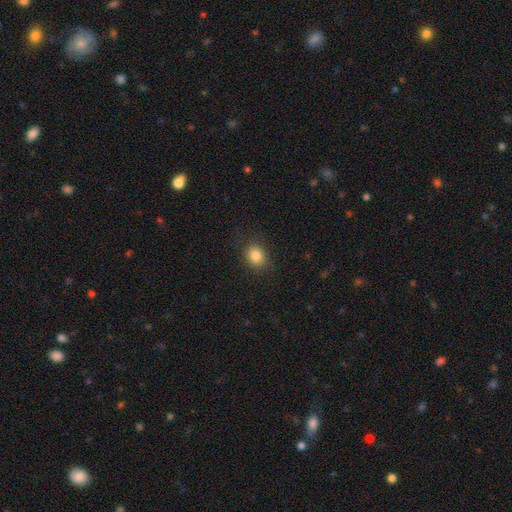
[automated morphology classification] A smooth galaxy with no disk features (84%) that is round (64%). Merging: none (84%).